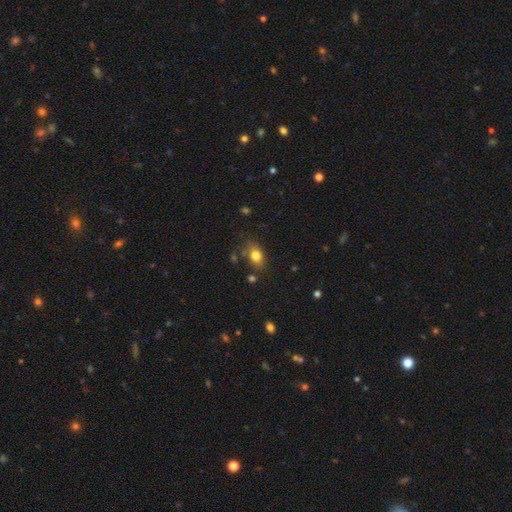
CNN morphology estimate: Overall: smooth (81%). How rounded: in between (70%). Merging: none (71%).